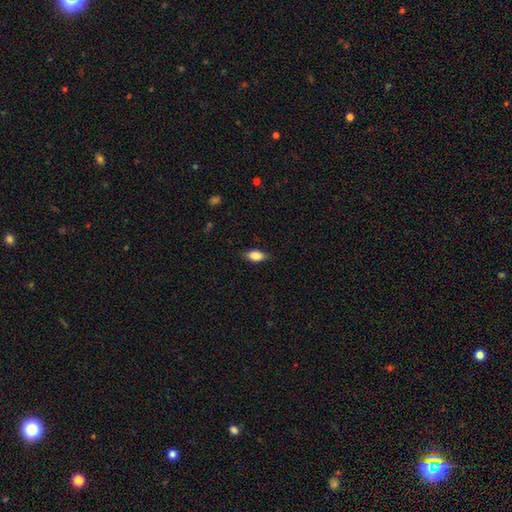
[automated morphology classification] type=smooth (85%); roundness=in between (88%); merging=none (81%).